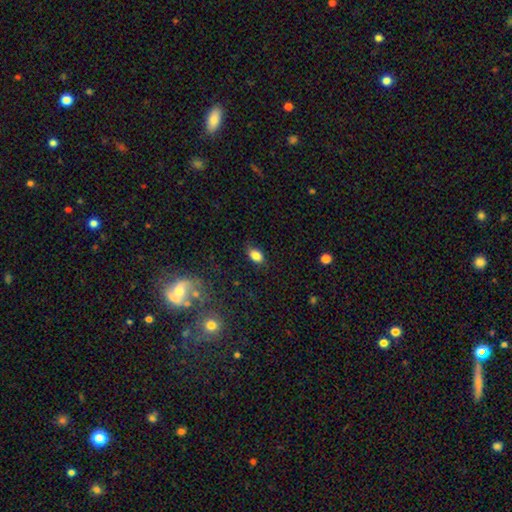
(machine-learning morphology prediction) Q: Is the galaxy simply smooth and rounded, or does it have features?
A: smooth — 84%.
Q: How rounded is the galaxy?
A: in between — 86%.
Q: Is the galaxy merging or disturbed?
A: none — 79%.